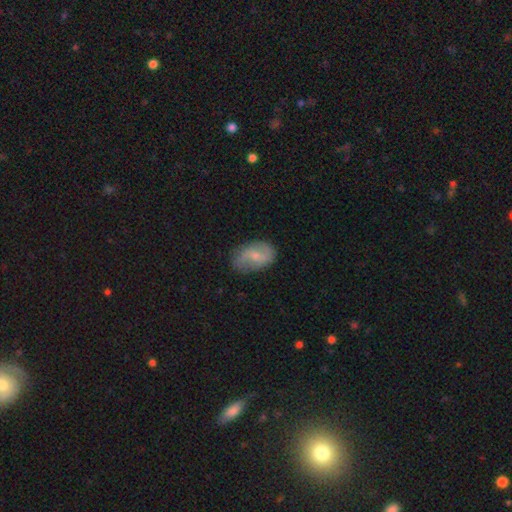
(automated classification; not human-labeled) Smooth or featured: featured or disk — 62% (smooth — 31%)
Edge-on disk: no — 97% (yes — 3%)
Bar: weak — 50% (no — 38%)
Spiral arms: yes — 87% (no — 13%)
Spiral winding: loose — 52% (medium — 35%)
Spiral arm count: 2 — 86% (can't tell — 8%)
Bulge size: small — 61% (moderate — 30%)
Merging: none — 74% (minor disturbance — 19%)